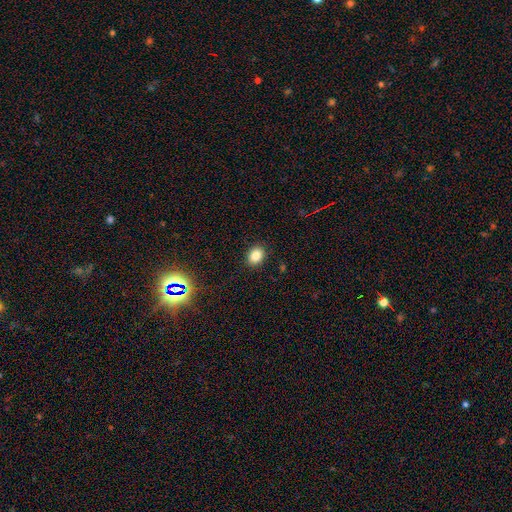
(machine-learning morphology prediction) This is clearly a smooth galaxy (83%). How rounded: likely in between (61%). Merging: clearly none (89%).